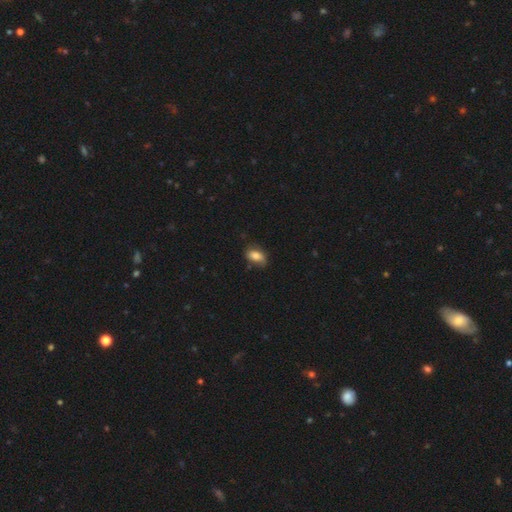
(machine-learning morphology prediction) Smooth or featured? smooth (79%)
How rounded? in between (87%)
Merging? none (68%)